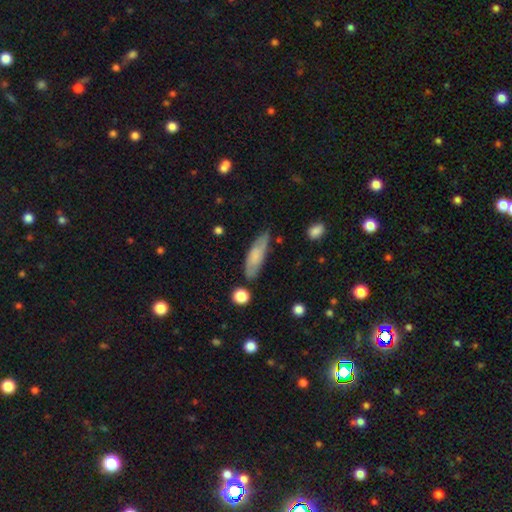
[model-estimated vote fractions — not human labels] The model was most divided on "how rounded": in between: 51%, cigar-shaped: 47%, round: 2%. More confident: merging — none (72%); smooth or featured — smooth (68%).